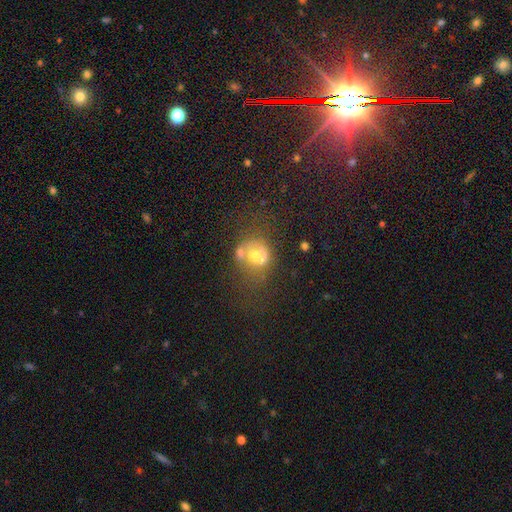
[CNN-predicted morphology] A featured or disk galaxy (44%).

Vote fractions:
- Smooth or featured? featured or disk: 44% / smooth: 42% / star or artifact: 14%
- Merging? none: 34% / merger: 29% / minor disturbance: 19% / major disturbance: 18%